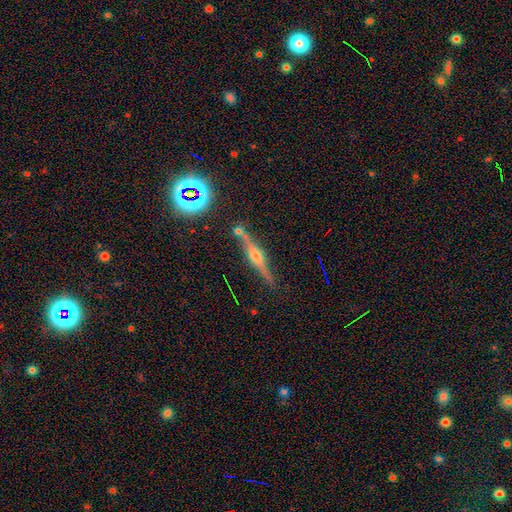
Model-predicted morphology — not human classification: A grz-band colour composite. It shows a featured or disk galaxy (76%) viewed edge-on (97%) with a rounded central bulge (88%). Merging: none (82%).